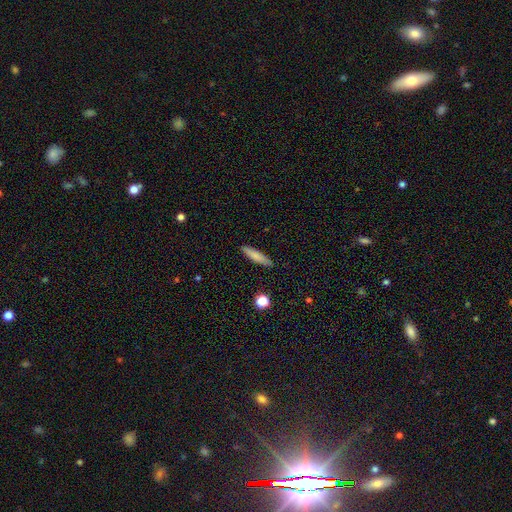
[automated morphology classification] smooth 78%, featured or disk 15%, star or artifact 7%. Down the decision tree: how rounded — cigar-shaped (85%); merging — none (87%).